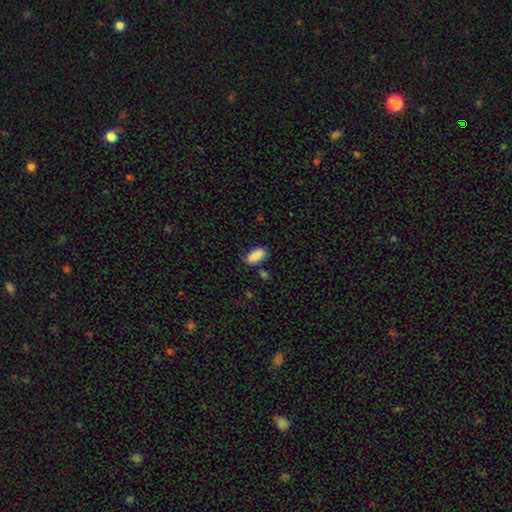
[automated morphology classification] A smooth galaxy with no disk features (87%) that is in between round and cigar-shaped (87%). Merging: none (77%).